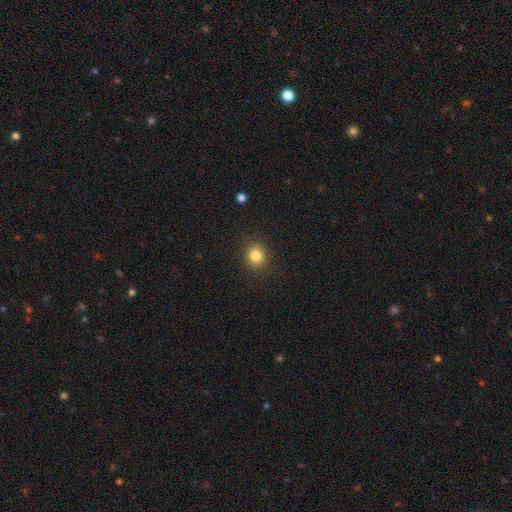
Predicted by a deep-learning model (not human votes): Overall: smooth (82%). How rounded: round (77%). Merging: none (89%).